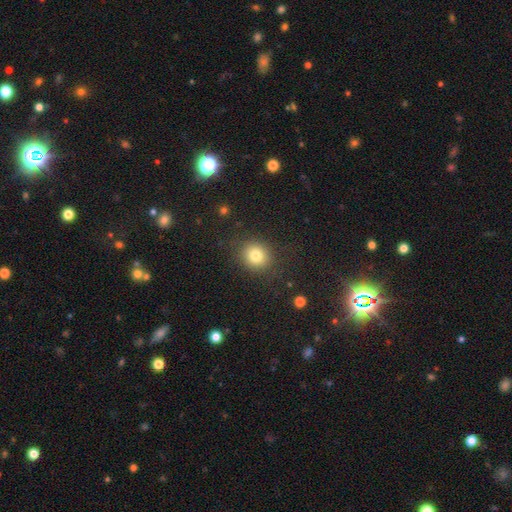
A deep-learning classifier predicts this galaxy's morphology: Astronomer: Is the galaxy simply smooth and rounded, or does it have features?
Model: smooth — 79%.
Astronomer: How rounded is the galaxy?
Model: round — 78%.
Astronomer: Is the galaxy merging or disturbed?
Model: none — 85%.